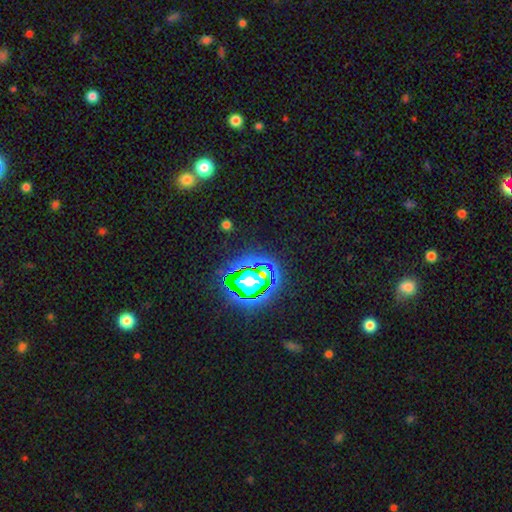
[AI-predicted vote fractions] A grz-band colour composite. It shows a star or artifact, not a galaxy (64%).